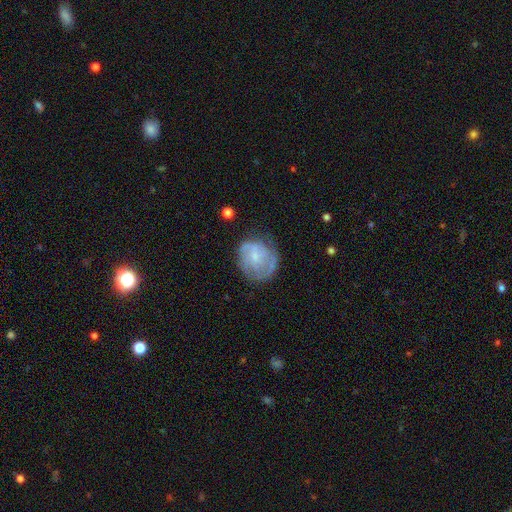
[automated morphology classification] Q: Smooth or featured?
A: featured or disk (66%); runner-up: smooth (27%)
Q: Edge-on disk?
A: no (98%); runner-up: yes (2%)
Q: Bar?
A: no (63%); runner-up: weak (32%)
Q: Spiral arms?
A: yes (81%); runner-up: no (19%)
Q: Spiral winding?
A: tight (45%); runner-up: medium (39%)
Q: Spiral arm count?
A: can't tell (37%); runner-up: 2 (28%)
Q: Bulge size?
A: small (65%); runner-up: moderate (18%)
Q: Merging?
A: none (61%); runner-up: minor disturbance (24%)